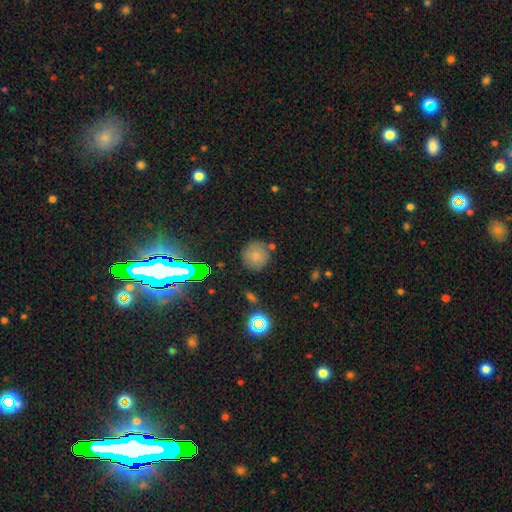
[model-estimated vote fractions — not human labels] smooth 75%, star or artifact 16%, featured or disk 9%. Down the decision tree: how rounded — round (93%); merging — none (82%).